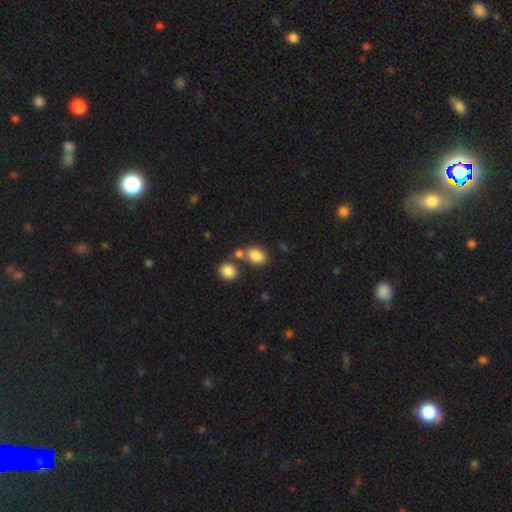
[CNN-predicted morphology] Smooth or featured? Predicted: smooth (p=0.85). How rounded? Predicted: in between (p=0.81). Merging? Predicted: none (p=0.58).